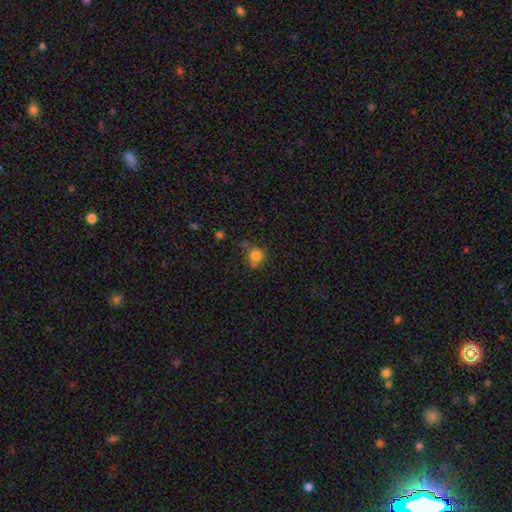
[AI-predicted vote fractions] Smooth or featured? smooth (79%)
How rounded? round (84%)
Merging? none (58%)